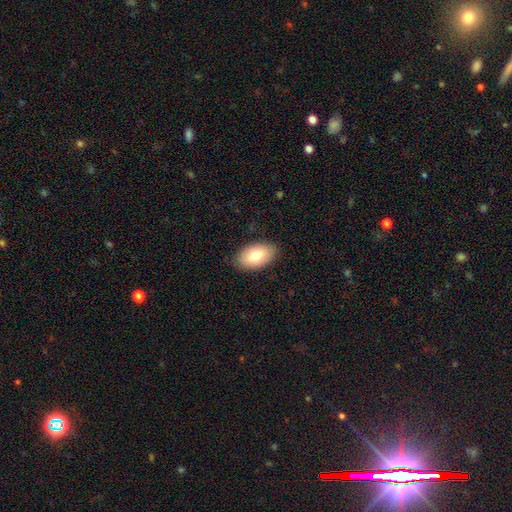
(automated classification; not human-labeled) A smooth galaxy with no disk features (78%) that is in between round and cigar-shaped (94%). Merging: none (87%).